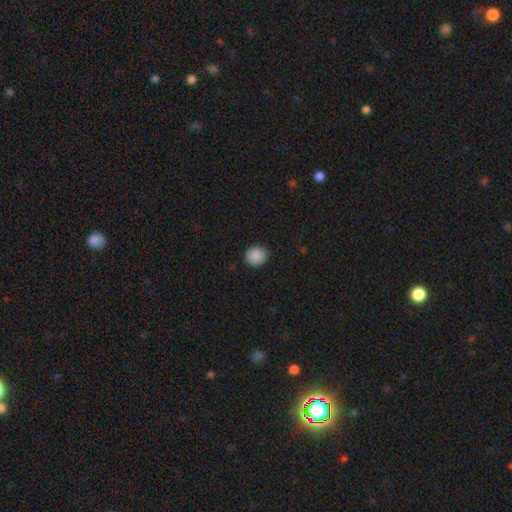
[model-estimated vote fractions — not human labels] This appears to be a smooth galaxy with no disk features (89%) that is round (80%). Merging: none (90%).